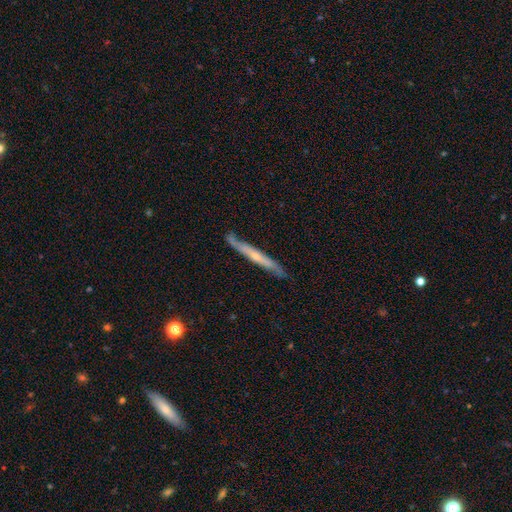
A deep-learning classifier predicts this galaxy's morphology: Smooth or featured: featured or disk — 66% (smooth — 28%)
Edge-on disk: yes — 86% (no — 14%)
Edge-on bulge: none — 49% (rounded — 46%)
Merging: none — 79% (minor disturbance — 16%)